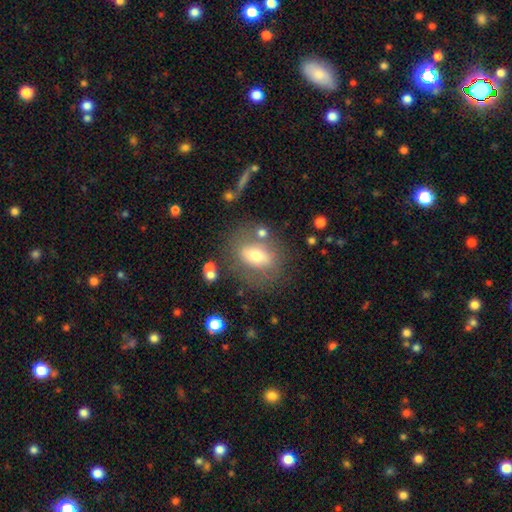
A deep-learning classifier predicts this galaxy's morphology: smooth-or-featured: smooth: 53% | featured or disk: 37% | star or artifact: 10%
  how-rounded: in between: 62% | round: 33% | cigar-shaped: 4%
  merging: none: 68% | minor disturbance: 15% | major disturbance: 9% | merger: 8%